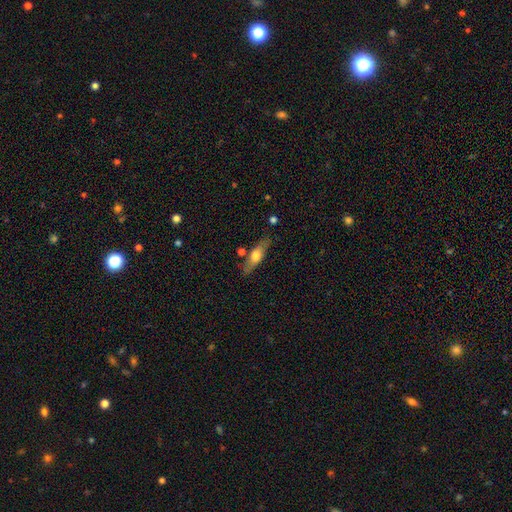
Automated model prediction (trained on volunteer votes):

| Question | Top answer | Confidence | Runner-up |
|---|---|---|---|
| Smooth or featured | smooth | 51% | featured or disk (42%) |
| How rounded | cigar-shaped | 59% | in between (38%) |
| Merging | none | 76% | minor disturbance (14%) |